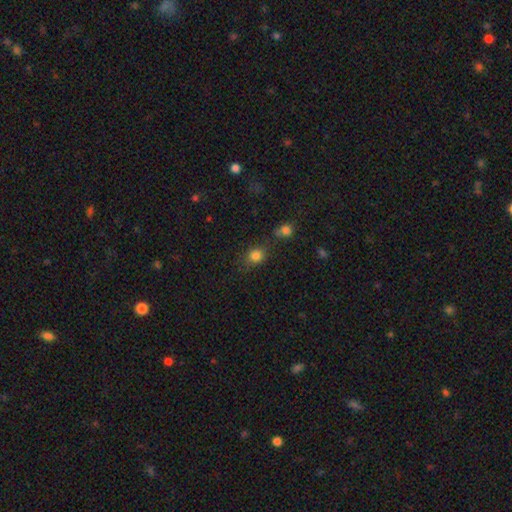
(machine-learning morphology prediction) Q: Smooth or featured?
A: smooth (79%); runner-up: star or artifact (14%)
Q: How rounded?
A: round (66%); runner-up: in between (32%)
Q: Merging?
A: none (70%); runner-up: minor disturbance (15%)